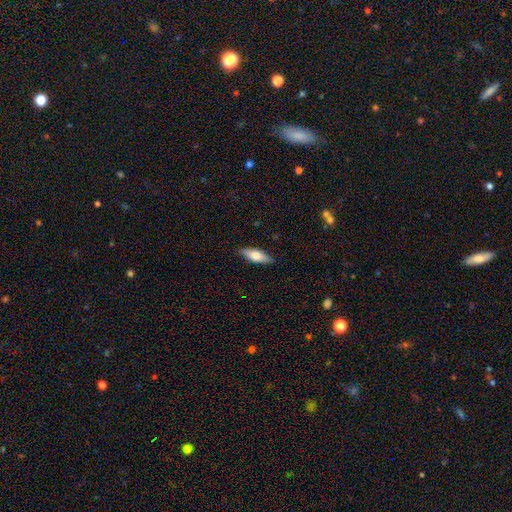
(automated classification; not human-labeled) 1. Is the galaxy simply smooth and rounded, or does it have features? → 62% smooth, 32% featured or disk, 6% star or artifact.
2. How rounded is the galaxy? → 61% in between, 36% cigar-shaped, 3% round.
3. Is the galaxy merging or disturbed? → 87% none, 10% minor disturbance, 2% major disturbance, 1% merger.